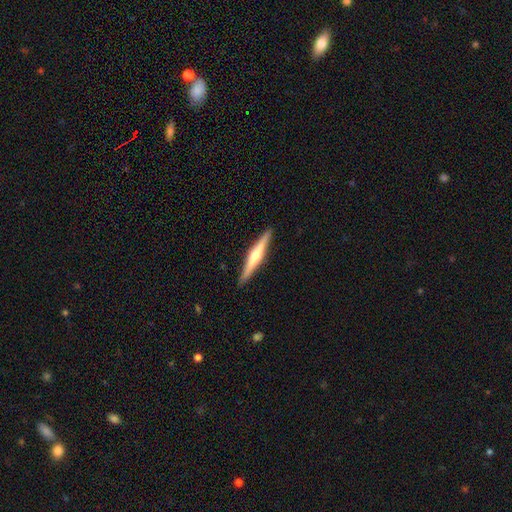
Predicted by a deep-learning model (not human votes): The model was most divided on "smooth or featured": featured or disk: 65%, smooth: 30%, star or artifact: 5%. More confident: edge-on disk — yes (98%); merging — none (91%); edge-on bulge — rounded (85%).